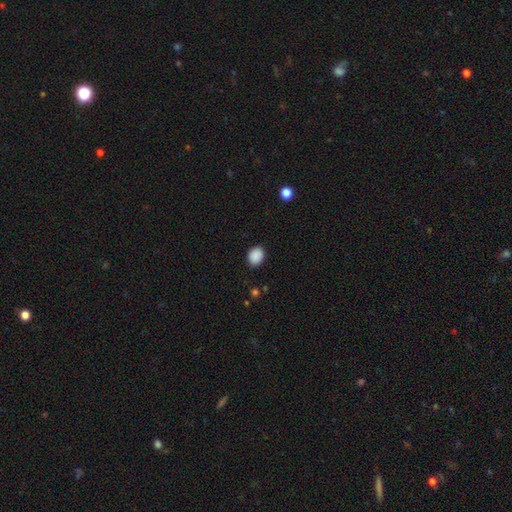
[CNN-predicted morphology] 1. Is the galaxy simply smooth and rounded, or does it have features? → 89% smooth, 8% star or artifact, 3% featured or disk.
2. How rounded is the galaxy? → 57% in between, 42% round, 1% cigar-shaped.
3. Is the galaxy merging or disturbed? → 88% none, 9% minor disturbance, 2% major disturbance, 1% merger.